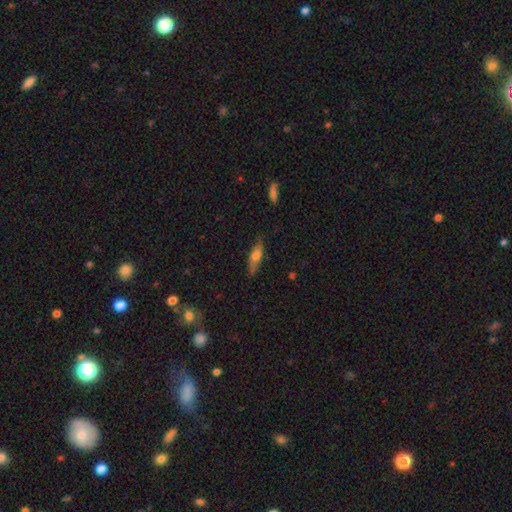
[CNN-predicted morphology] Smooth or featured? Predicted: smooth (p=0.63). How rounded? Predicted: cigar-shaped (p=0.57). Merging? Predicted: none (p=0.77).